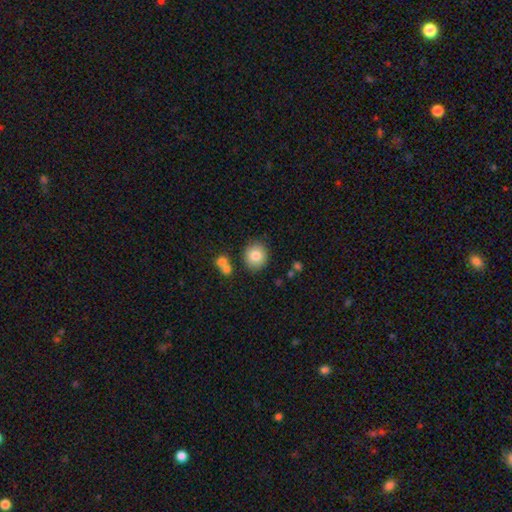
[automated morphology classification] A smooth galaxy with no disk features (81%) that is round (85%).

Vote fractions:
- Smooth or featured? smooth: 81% / featured or disk: 9% / star or artifact: 9%
- How rounded? round: 85% / in between: 14% / cigar-shaped: 1%
- Merging? none: 81% / minor disturbance: 9% / merger: 7% / major disturbance: 3%